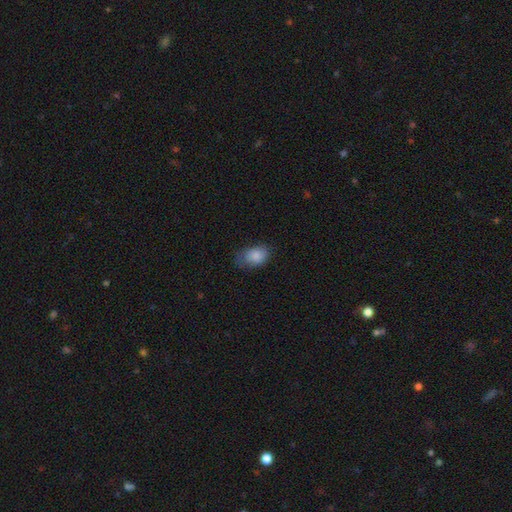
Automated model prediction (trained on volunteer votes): Smooth or featured?
  - smooth: 85% *
  - star or artifact: 8%
  - featured or disk: 7%
How rounded?
  - in between: 81% *
  - round: 18%
  - cigar-shaped: 1%
Merging?
  - none: 57% *
  - minor disturbance: 32%
  - major disturbance: 10%
  - merger: 1%